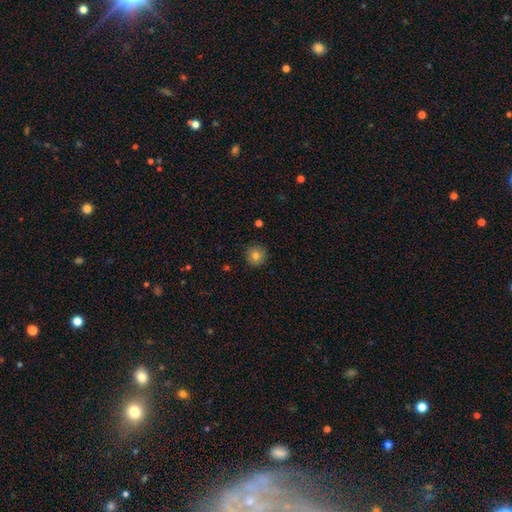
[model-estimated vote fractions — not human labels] Q: Smooth or featured?
A: smooth (81%); runner-up: star or artifact (11%)
Q: How rounded?
A: round (94%); runner-up: in between (5%)
Q: Merging?
A: none (89%); runner-up: minor disturbance (8%)